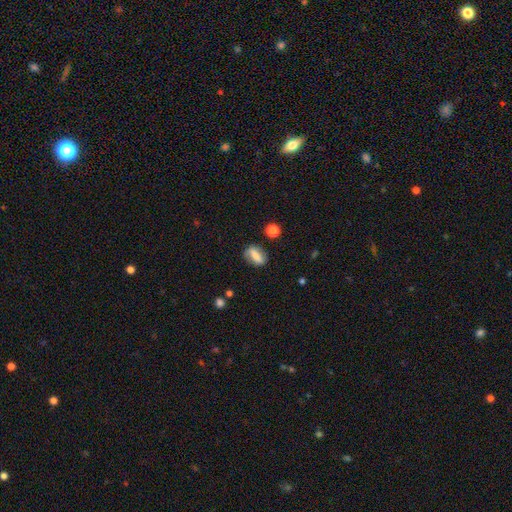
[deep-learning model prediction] Smooth or featured? smooth (56%)
How rounded? in between (69%)
Merging? none (74%)